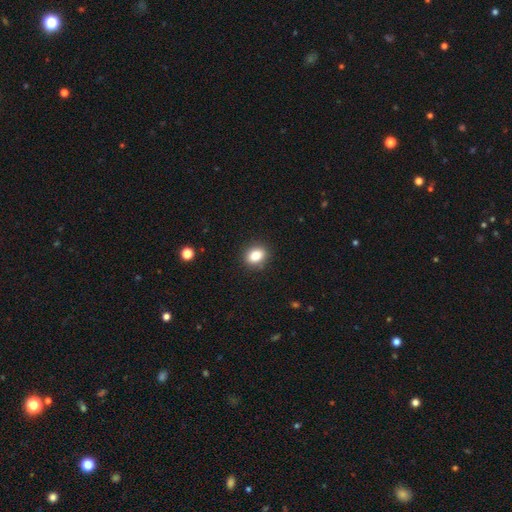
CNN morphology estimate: The model was most divided on "how rounded": in between: 59%, round: 40%, cigar-shaped: 1%. More confident: merging — none (88%); smooth or featured — smooth (84%).